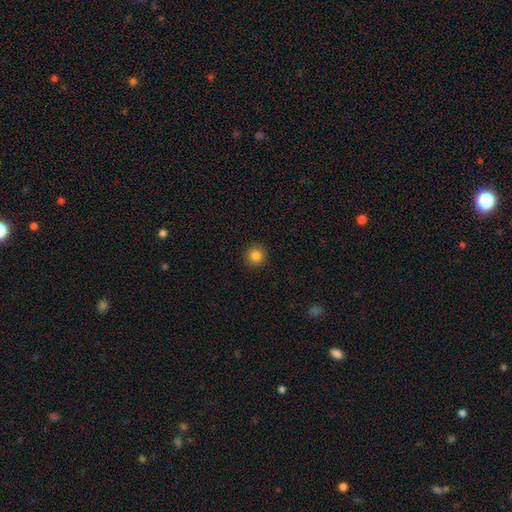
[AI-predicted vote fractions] This appears to be a smooth galaxy with no disk features (83%) that is round (94%). Merging: none (93%).